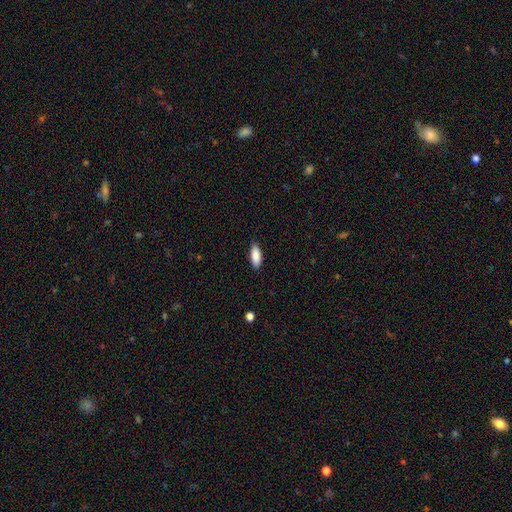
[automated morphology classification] A smooth galaxy with no disk features (88%) that is in between round and cigar-shaped (77%). Merging: none (87%).